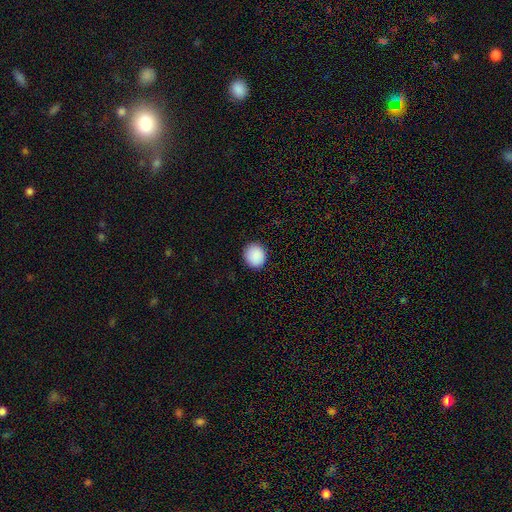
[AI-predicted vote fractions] smooth_or_featured: smooth (p=0.90) [alt: star or artifact p=0.07]
how_rounded: round (p=0.77) [alt: in between p=0.22]
merging: none (p=0.91) [alt: minor disturbance p=0.06]